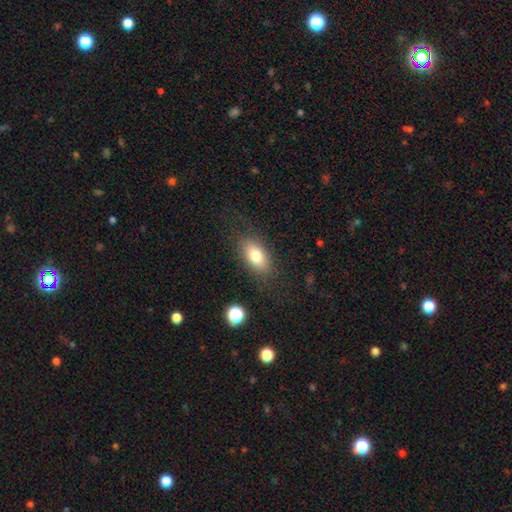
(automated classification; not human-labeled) Q: Smooth or featured?
A: smooth (78%); runner-up: featured or disk (14%)
Q: How rounded?
A: in between (87%); runner-up: round (7%)
Q: Merging?
A: none (81%); runner-up: minor disturbance (12%)